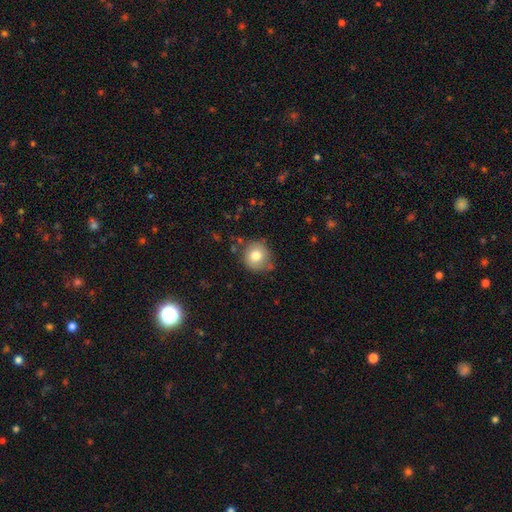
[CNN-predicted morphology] smooth-or-featured: smooth: 77% | featured or disk: 14% | star or artifact: 9%
  how-rounded: round: 88% | in between: 11% | cigar-shaped: 1%
  merging: none: 71% | minor disturbance: 21% | major disturbance: 5% | merger: 3%